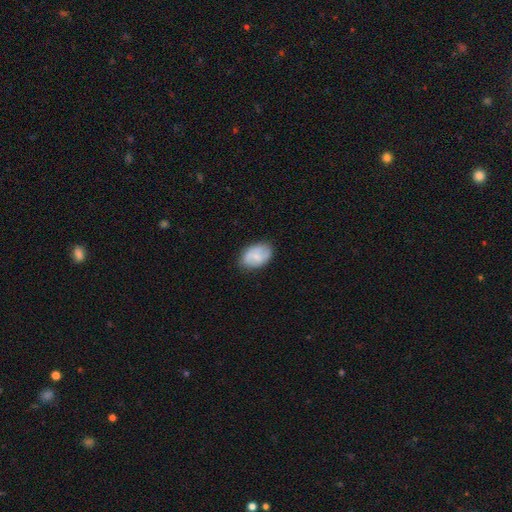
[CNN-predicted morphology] Smooth or featured? smooth (64%)
How rounded? in between (84%)
Merging? none (78%)